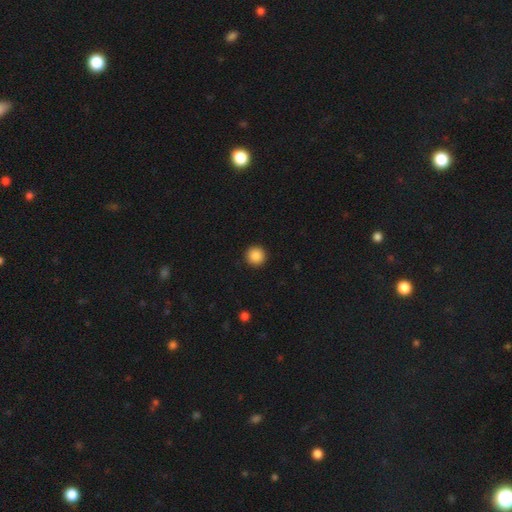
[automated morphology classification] The model was most divided on "smooth or featured": smooth: 88%, star or artifact: 9%, featured or disk: 3%. More confident: how rounded — round (96%); merging — none (93%).